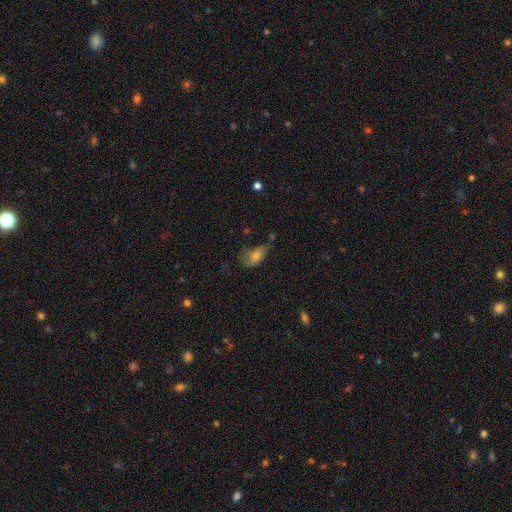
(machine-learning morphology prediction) Smooth or featured: smooth — 61% (featured or disk — 28%)
How rounded: in between — 86% (round — 9%)
Merging: minor disturbance — 36% (none — 35%)